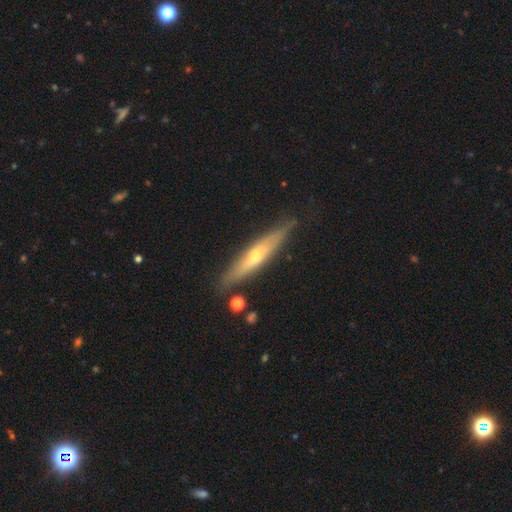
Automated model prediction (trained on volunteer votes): Smooth or featured?
  - featured or disk: 59% *
  - smooth: 34%
  - star or artifact: 6%
Edge-on disk?
  - yes: 87% *
  - no: 13%
Edge-on bulge?
  - rounded: 76% *
  - none: 20%
  - boxy: 5%
Merging?
  - none: 81% *
  - minor disturbance: 14%
  - major disturbance: 3%
  - merger: 2%